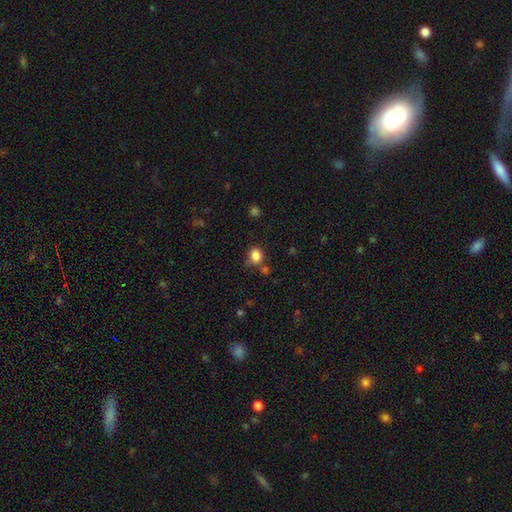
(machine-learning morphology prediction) smooth_or_featured: smooth (p=0.84) [alt: star or artifact p=0.11]
how_rounded: round (p=0.59) [alt: in between p=0.40]
merging: none (p=0.67) [alt: minor disturbance p=0.17]